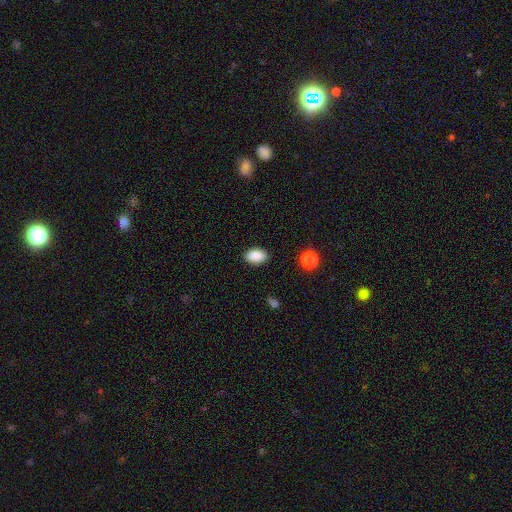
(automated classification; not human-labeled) smooth_or_featured: smooth (p=0.88) [alt: star or artifact p=0.08]
how_rounded: in between (p=0.86) [alt: round p=0.13]
merging: none (p=0.88) [alt: minor disturbance p=0.08]